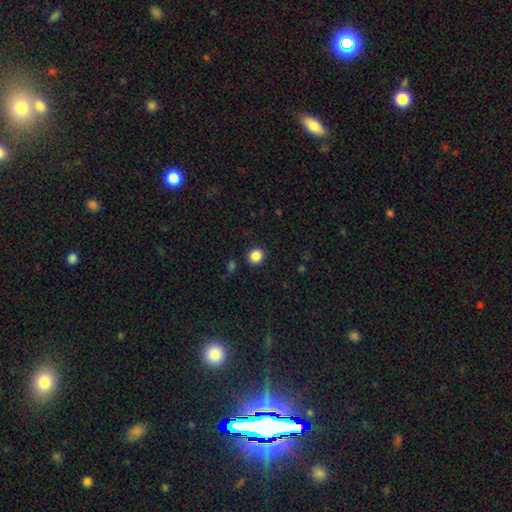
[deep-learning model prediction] smooth_or_featured: smooth (p=0.86) [alt: star or artifact p=0.11]
how_rounded: round (p=0.85) [alt: in between p=0.14]
merging: none (p=0.90) [alt: minor disturbance p=0.06]